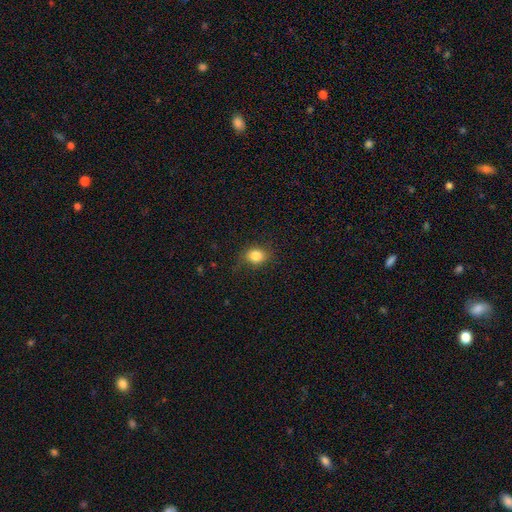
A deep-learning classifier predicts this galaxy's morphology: Smooth or featured: smooth — 83% (star or artifact — 11%)
How rounded: round — 58% (in between — 40%)
Merging: none — 79% (minor disturbance — 16%)